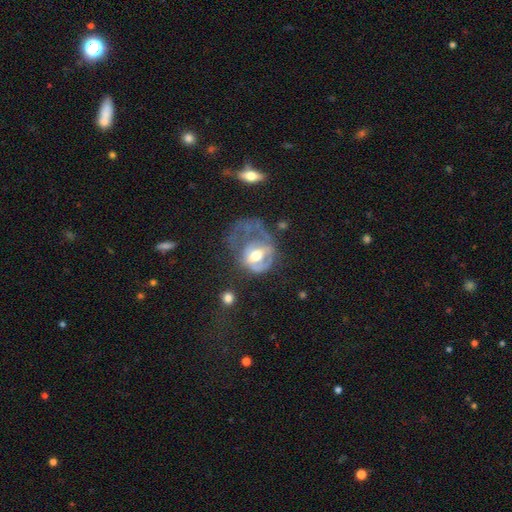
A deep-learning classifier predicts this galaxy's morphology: Smooth or featured? featured or disk (65%)
Edge-on disk? no (96%)
Bar? no (43%)
Spiral arms? yes (50%, tied with no)
Bulge size? moderate (64%)
Merging? major disturbance (61%)